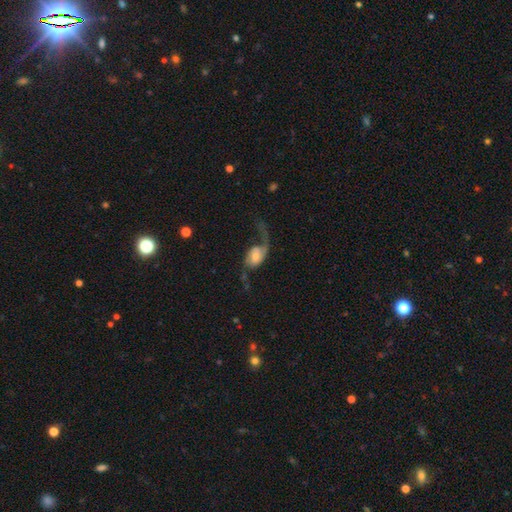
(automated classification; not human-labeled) A featured or disk galaxy (67%) with no bar (61%), 2 (66%) loose (84%) spiral arms (88%) and a moderate central bulge (39%). Merging: major disturbance (44%).